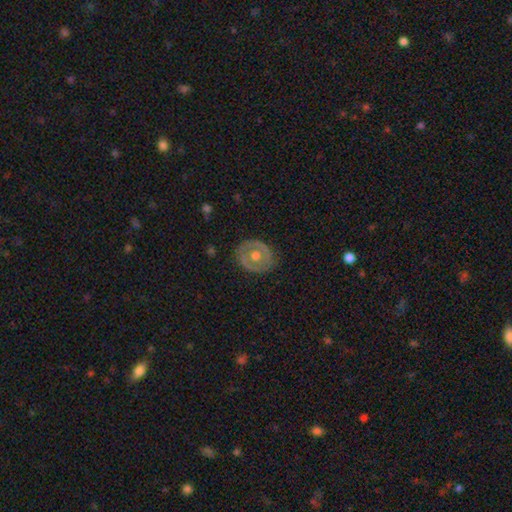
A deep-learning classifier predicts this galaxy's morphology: smooth-or-featured: featured or disk: 59% | smooth: 35% | star or artifact: 6%
  disk-edge-on: no: 94% | yes: 6%
    bar: no: 82% | weak: 14% | strong: 5%
    has-spiral-arms: no: 81% | yes: 19%
    bulge-size: moderate: 78% | small: 10% | large: 10% | none: 1% | dominant: 1%
  merging: none: 83% | minor disturbance: 12% | major disturbance: 4% | merger: 1%